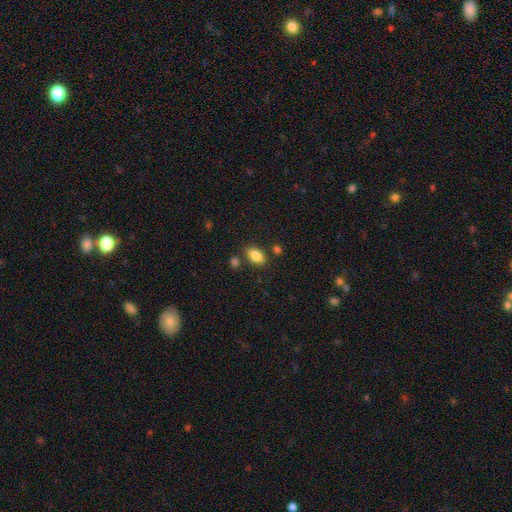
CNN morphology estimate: The model was most divided on "merging": none: 78%, minor disturbance: 12%, merger: 8%, major disturbance: 3%. More confident: how rounded — in between (89%); smooth or featured — smooth (84%).